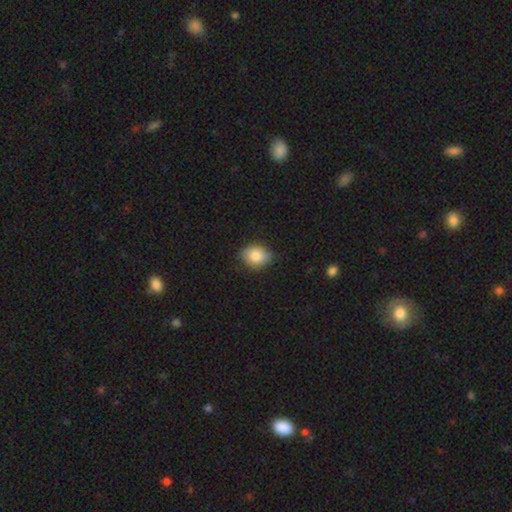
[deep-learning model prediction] Overall: smooth (84%). How rounded: in between (58%; round 41%). Merging: none (76%).